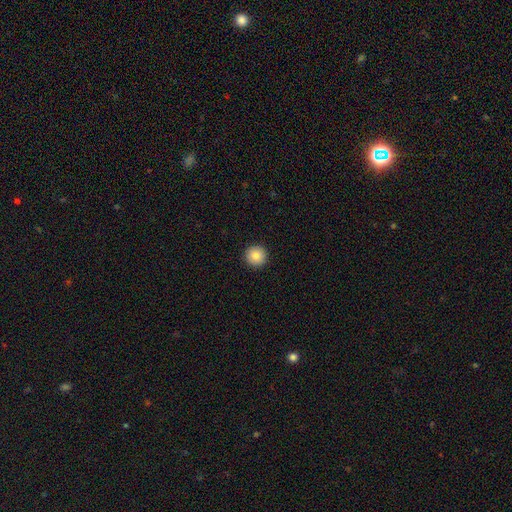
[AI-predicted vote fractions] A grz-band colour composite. It shows a smooth galaxy with no disk features (87%) that is round (96%). Merging: none (93%).